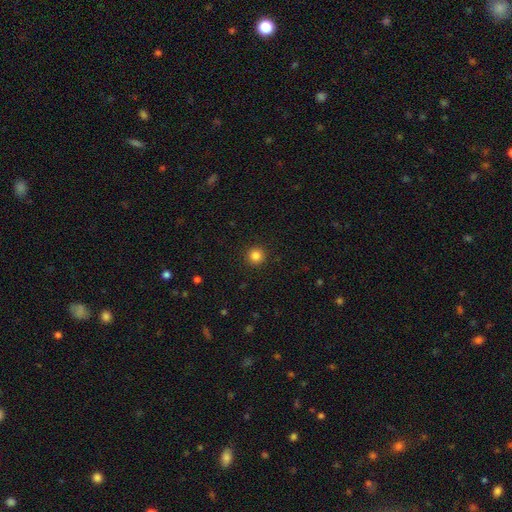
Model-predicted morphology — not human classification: Overall: smooth (84%). How rounded: round (95%). Merging: none (92%).